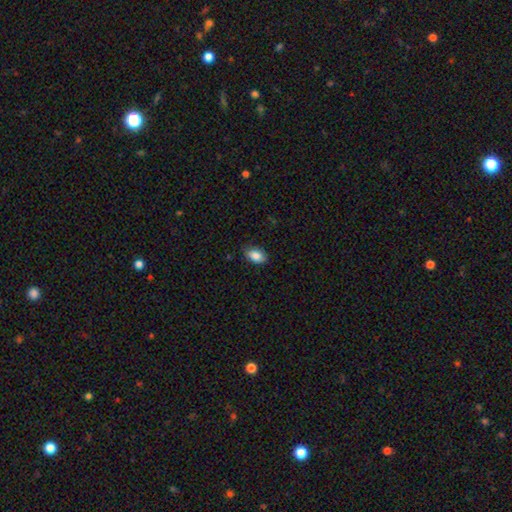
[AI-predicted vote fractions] This is clearly a smooth galaxy (87%). How rounded: clearly in between (90%). Merging: clearly none (82%).